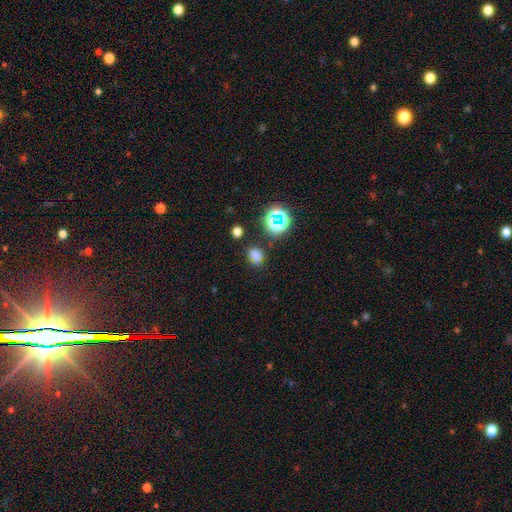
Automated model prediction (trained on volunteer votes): smooth-or-featured: smooth: 72% | star or artifact: 23% | featured or disk: 6%
  how-rounded: in between: 57% | round: 42% | cigar-shaped: 1%
  merging: none: 76% | minor disturbance: 14% | merger: 5% | major disturbance: 5%